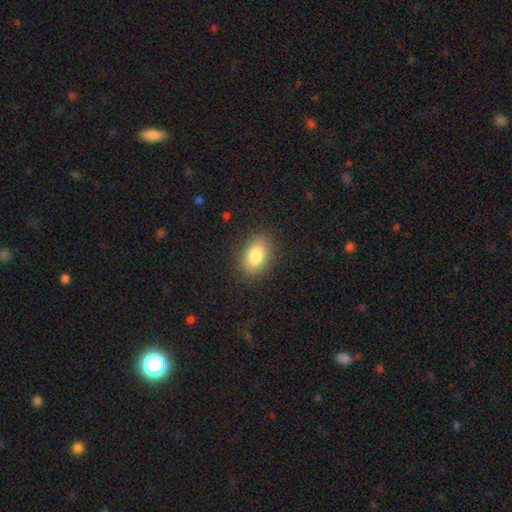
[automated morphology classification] Overall: smooth (83%). How rounded: in between (87%). Merging: none (86%).